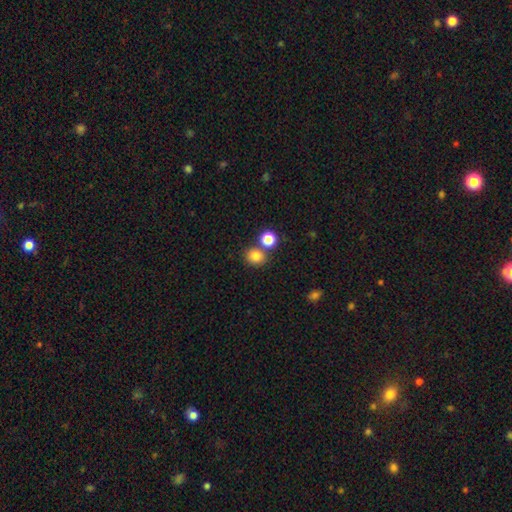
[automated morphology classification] smooth-or-featured: smooth: 81% | star or artifact: 13% | featured or disk: 6%
  how-rounded: round: 80% | in between: 19% | cigar-shaped: 1%
  merging: none: 70% | merger: 19% | minor disturbance: 8% | major disturbance: 3%